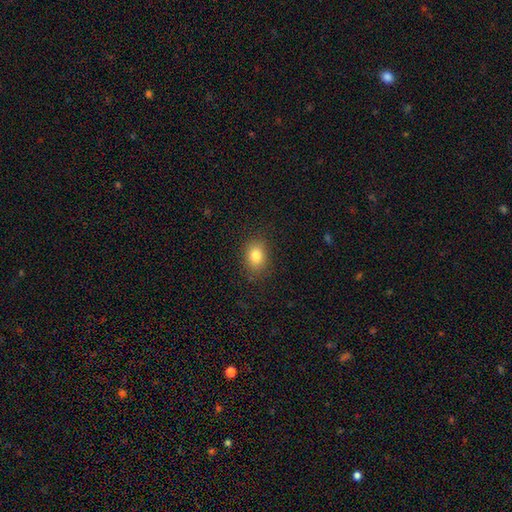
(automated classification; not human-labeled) Overall: smooth (82%). How rounded: in between (63%; round 36%). Merging: none (85%).